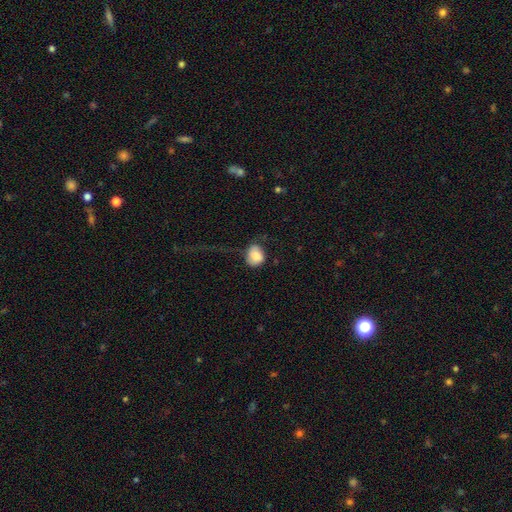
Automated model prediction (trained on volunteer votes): A smooth galaxy with no disk features (82%) that is round (50%). Merging: none (43%).